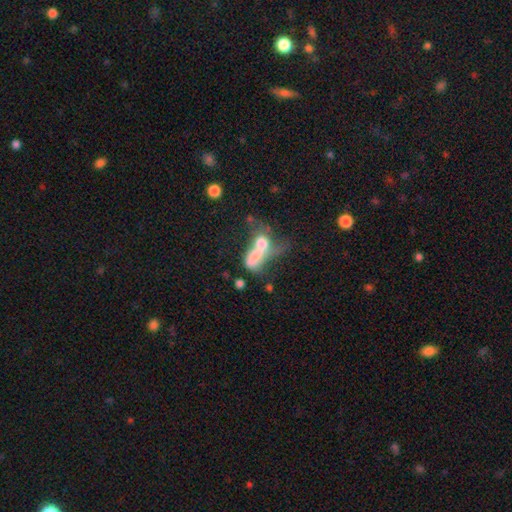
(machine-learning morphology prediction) Smooth or featured? smooth (57%)
How rounded? in between (67%)
Merging? merger (60%)